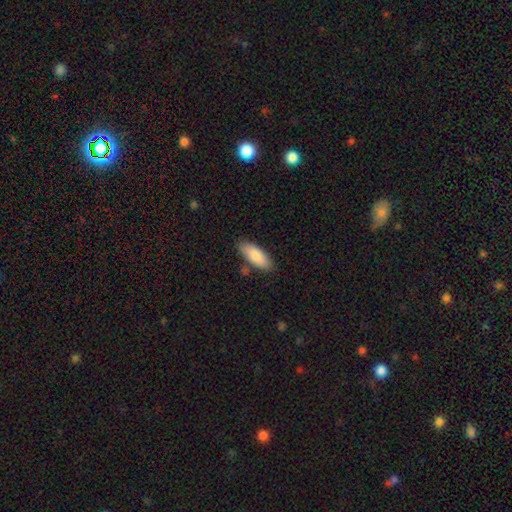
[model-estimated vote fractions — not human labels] Q: Smooth or featured?
A: smooth (84%); runner-up: featured or disk (10%)
Q: How rounded?
A: in between (74%); runner-up: cigar-shaped (24%)
Q: Merging?
A: none (82%); runner-up: minor disturbance (12%)